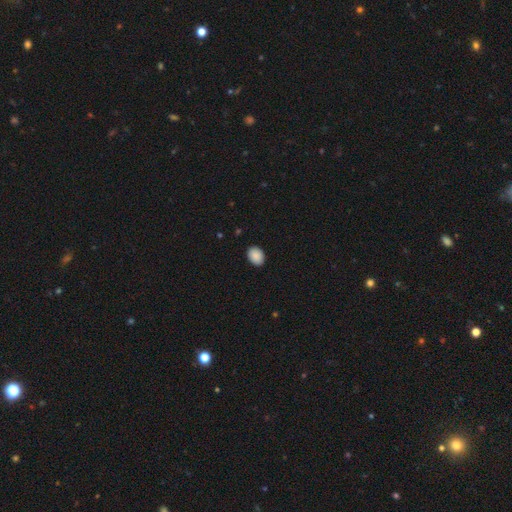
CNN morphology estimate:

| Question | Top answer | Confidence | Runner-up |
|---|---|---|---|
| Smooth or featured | smooth | 90% | star or artifact (7%) |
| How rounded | in between | 75% | round (25%) |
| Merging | none | 90% | minor disturbance (8%) |